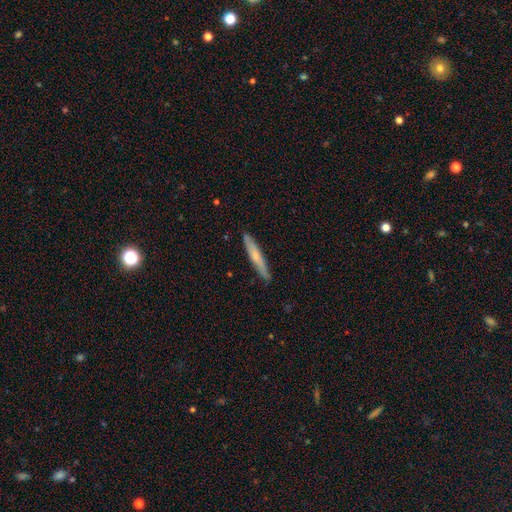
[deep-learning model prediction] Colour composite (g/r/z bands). It shows a smooth galaxy with no disk features (58%) that is cigar-shaped (95%). Merging: none (88%).